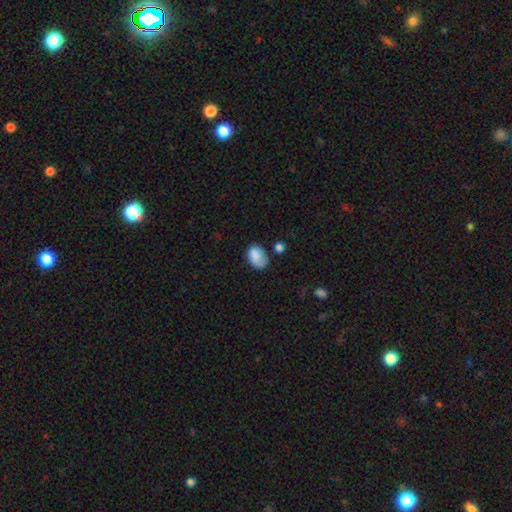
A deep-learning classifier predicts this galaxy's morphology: This is likely a smooth galaxy (79%). How rounded: likely in between (77%). Merging: possibly none (51%).